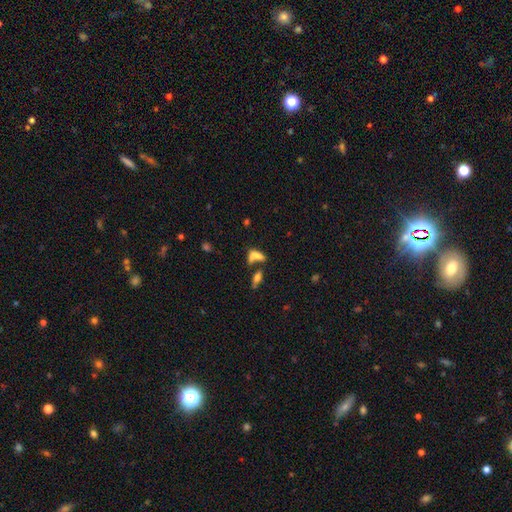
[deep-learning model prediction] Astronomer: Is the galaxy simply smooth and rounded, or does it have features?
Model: smooth — 68%.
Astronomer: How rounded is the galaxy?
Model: in between — 68%.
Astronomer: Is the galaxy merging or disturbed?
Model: merger — 47% (runner-up: none, 33%).